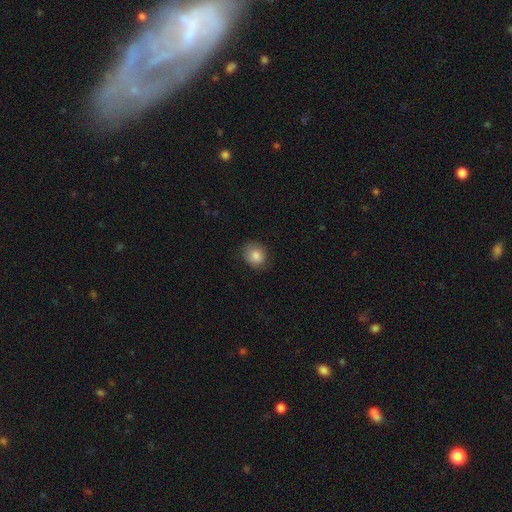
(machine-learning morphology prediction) smooth_or_featured: smooth (p=0.84) [alt: star or artifact p=0.09]
how_rounded: round (p=0.70) [alt: in between p=0.29]
merging: none (p=0.81) [alt: minor disturbance p=0.15]